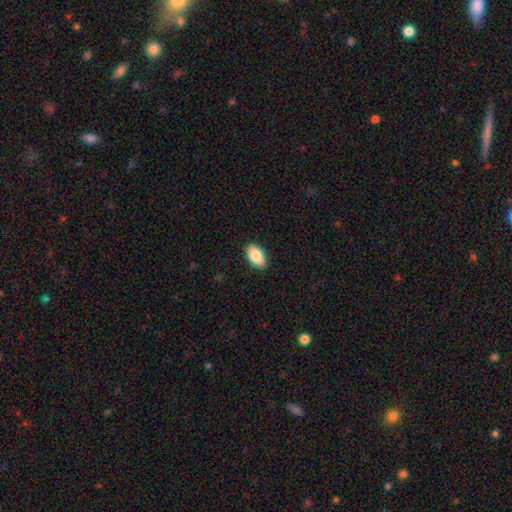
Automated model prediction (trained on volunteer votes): Smooth or featured: smooth — 85% (featured or disk — 8%)
How rounded: in between — 94% (round — 4%)
Merging: none — 89% (minor disturbance — 9%)